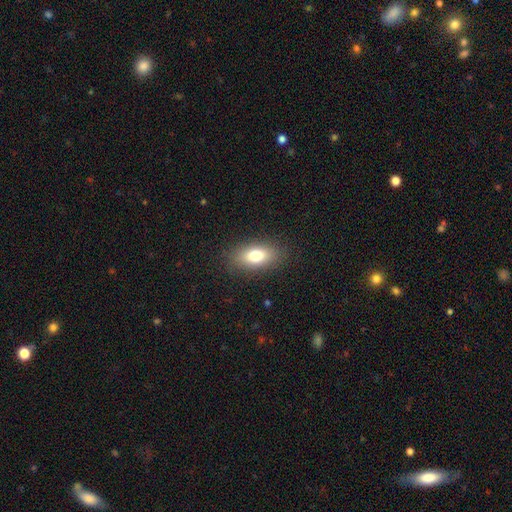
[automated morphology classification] smooth_or_featured: smooth (p=0.76) [alt: featured or disk p=0.15]
how_rounded: in between (p=0.84) [alt: cigar-shaped p=0.08]
merging: none (p=0.87) [alt: minor disturbance p=0.09]